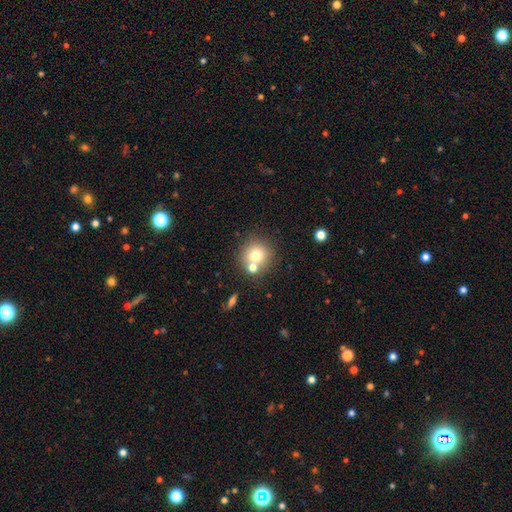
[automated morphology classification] Smooth or featured: smooth — 74% (featured or disk — 14%)
How rounded: round — 89% (in between — 10%)
Merging: none — 62% (merger — 27%)